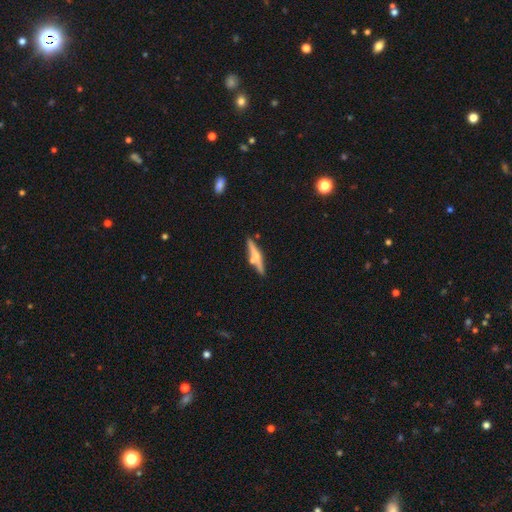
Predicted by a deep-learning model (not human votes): Overall: featured or disk (50%; smooth 43%). Edge-on disk: yes (95%). Merging: none (74%).